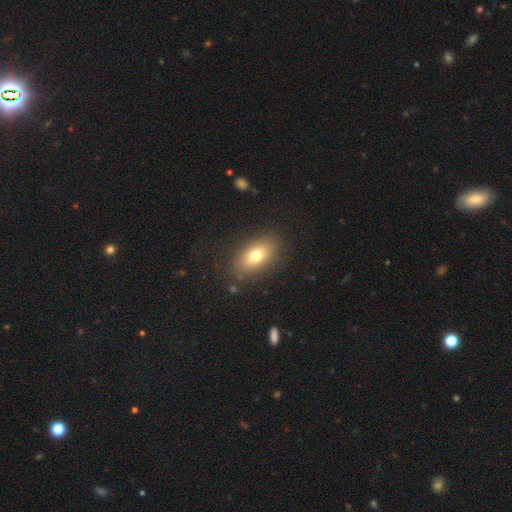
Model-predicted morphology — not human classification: This is likely a smooth galaxy (74%). How rounded: clearly in between (86%). Merging: clearly none (85%).